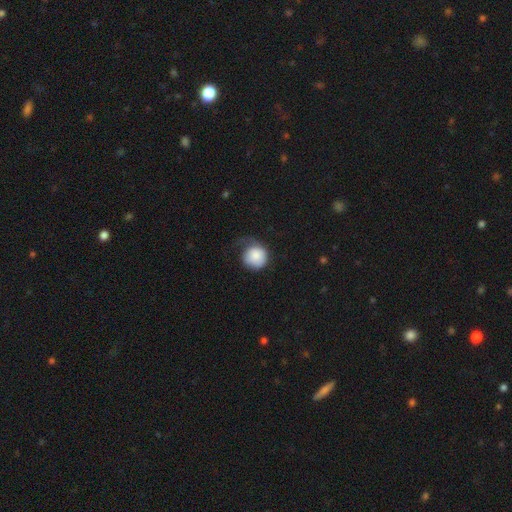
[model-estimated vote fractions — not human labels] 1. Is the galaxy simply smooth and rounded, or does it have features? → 80% smooth, 14% featured or disk, 6% star or artifact.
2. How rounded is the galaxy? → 87% round, 12% in between, 1% cigar-shaped.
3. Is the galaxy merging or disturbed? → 34% minor disturbance (tied), 34% major disturbance (tied), 31% none, 2% merger.